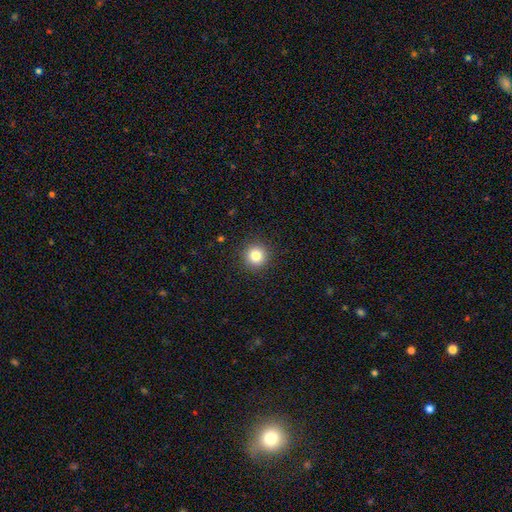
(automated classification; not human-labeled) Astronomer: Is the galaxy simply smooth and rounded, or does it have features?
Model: smooth — 83%.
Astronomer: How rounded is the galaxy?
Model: round — 94%.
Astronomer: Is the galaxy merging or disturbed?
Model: none — 92%.